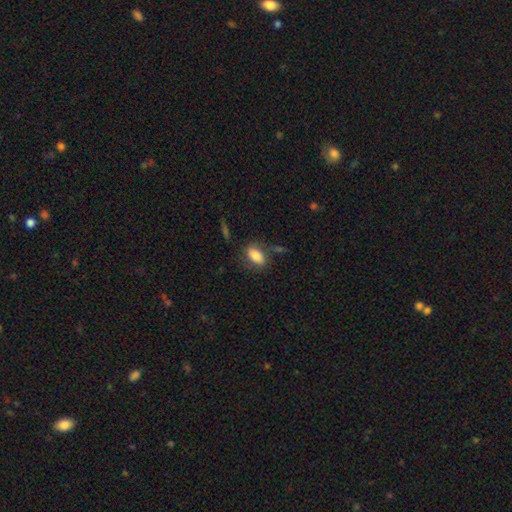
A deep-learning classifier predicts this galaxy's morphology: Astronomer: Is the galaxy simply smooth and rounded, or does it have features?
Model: smooth — 80%.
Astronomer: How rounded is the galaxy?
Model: in between — 89%.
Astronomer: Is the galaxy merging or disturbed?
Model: none — 68%.